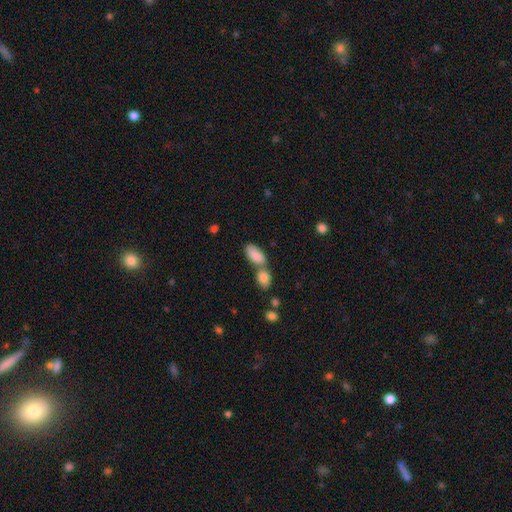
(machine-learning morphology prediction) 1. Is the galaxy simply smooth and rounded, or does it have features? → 87% smooth, 7% star or artifact, 6% featured or disk.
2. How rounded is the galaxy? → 91% in between, 5% cigar-shaped, 4% round.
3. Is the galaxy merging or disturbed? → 43% none (tied), 43% merger (tied), 11% minor disturbance, 4% major disturbance.